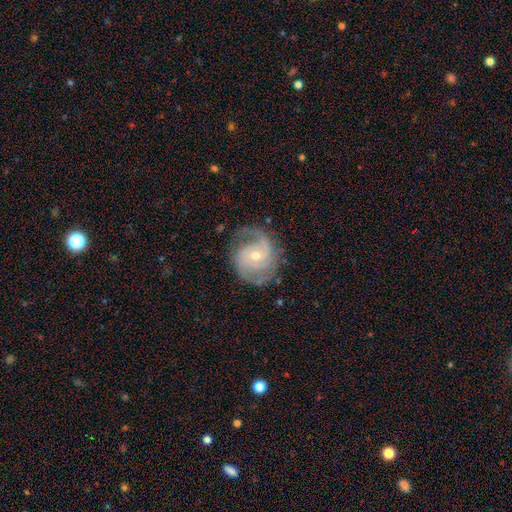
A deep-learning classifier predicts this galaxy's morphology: Overall: featured or disk (88%). Edge-on disk: no (98%). Bar: no (60%; weak 32%). Spiral arms: yes (97%). Spiral arm count: 2 (69%). Spiral winding: medium (45%; tight 42%). Bulge size: small (52%; moderate 45%). Merging: none (73%).